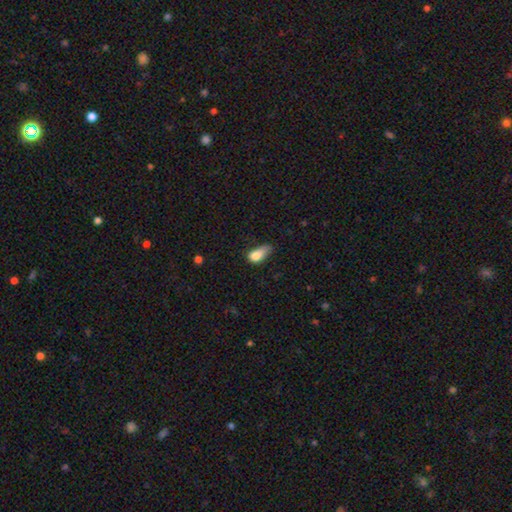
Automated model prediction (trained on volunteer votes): smooth_or_featured: smooth (p=0.78) [alt: featured or disk p=0.13]
how_rounded: in between (p=0.83) [alt: round p=0.09]
merging: minor disturbance (p=0.40) [alt: major disturbance p=0.33]